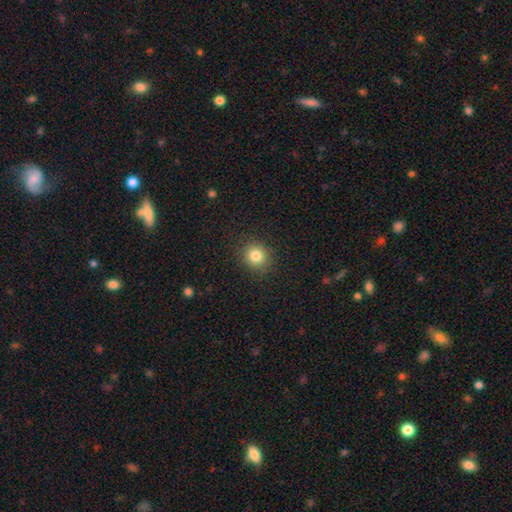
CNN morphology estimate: smooth-or-featured: smooth: 82% | star or artifact: 12% | featured or disk: 6%
  how-rounded: round: 88% | in between: 11% | cigar-shaped: 1%
  merging: none: 90% | minor disturbance: 7% | major disturbance: 2% | merger: 1%